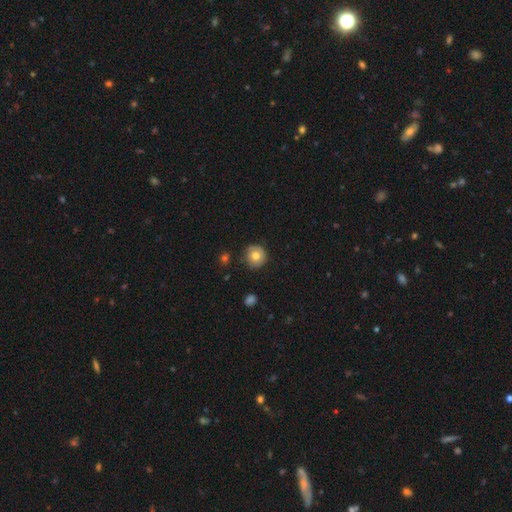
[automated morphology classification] A smooth galaxy with no disk features (76%) that is round (94%). Merging: none (84%).